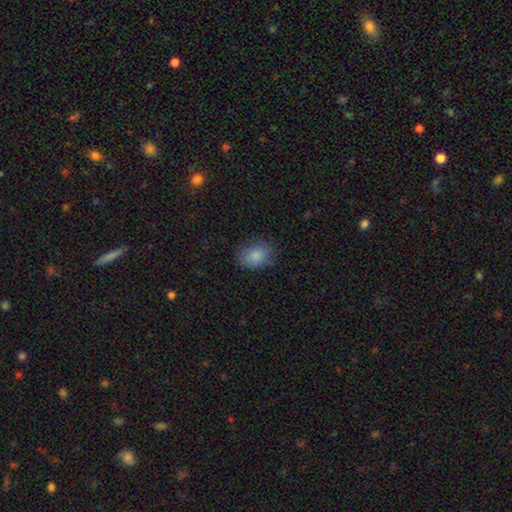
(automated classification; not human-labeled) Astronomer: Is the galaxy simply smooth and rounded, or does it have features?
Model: smooth — 84%.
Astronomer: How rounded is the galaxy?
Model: in between — 64%.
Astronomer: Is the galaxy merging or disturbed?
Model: none — 73%.